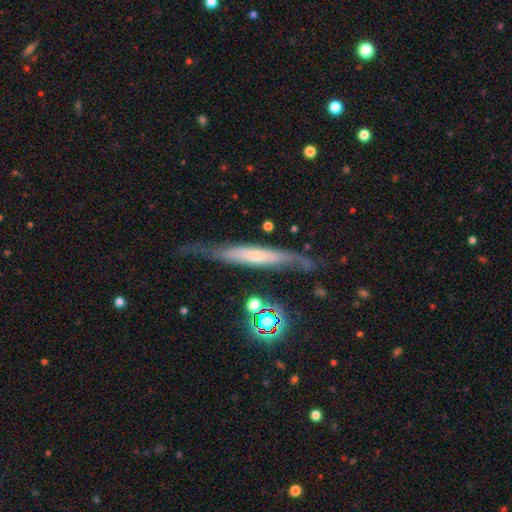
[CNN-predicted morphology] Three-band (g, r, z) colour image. It shows a featured or disk galaxy (62%) viewed edge-on (72%). Merging: none (60%).